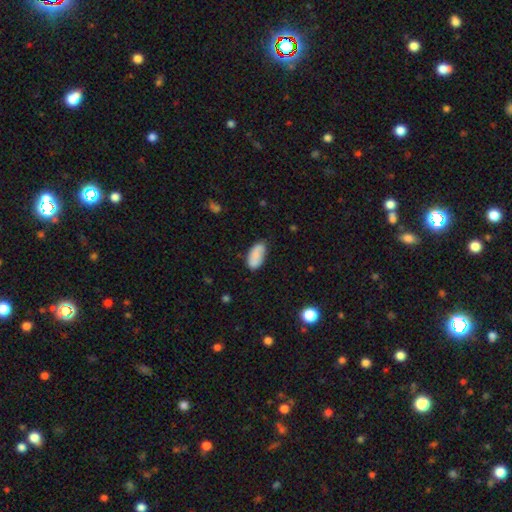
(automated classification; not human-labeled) Smooth or featured? smooth (82%)
How rounded? in between (93%)
Merging? none (67%)